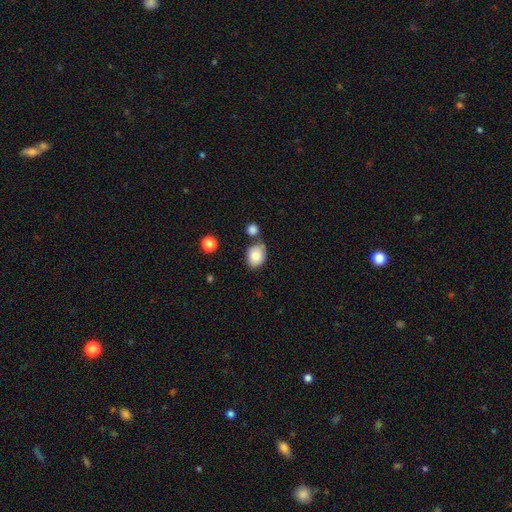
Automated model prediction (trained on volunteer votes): Smooth or featured? smooth (84%)
How rounded? in between (61%)
Merging? none (63%)